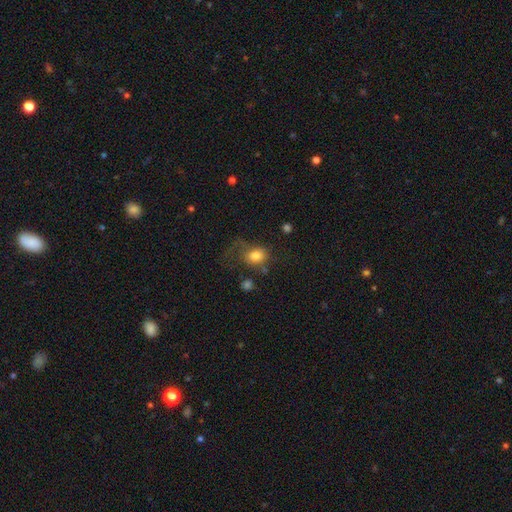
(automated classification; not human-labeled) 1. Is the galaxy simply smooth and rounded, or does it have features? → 77% smooth, 13% featured or disk, 10% star or artifact.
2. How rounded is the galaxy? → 51% round, 48% in between, 1% cigar-shaped.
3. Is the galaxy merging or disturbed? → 42% none, 29% major disturbance, 23% minor disturbance, 5% merger.